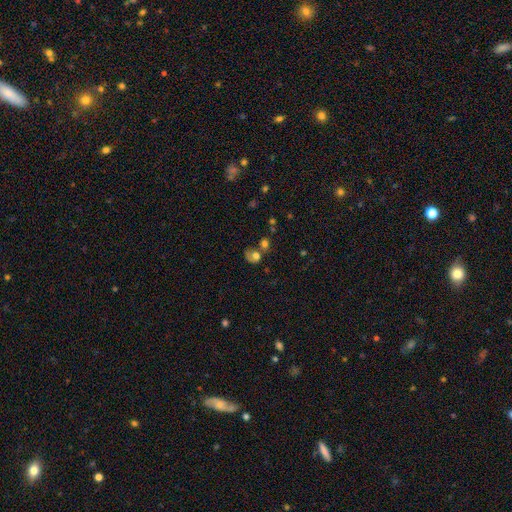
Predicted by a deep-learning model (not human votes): A smooth galaxy with no disk features (60%) that is round (55%).

Vote fractions:
- Smooth or featured? smooth: 60% / featured or disk: 27% / star or artifact: 13%
- How rounded? round: 55% / in between: 43% / cigar-shaped: 1%
- Merging? merger: 42% / none: 25% / major disturbance: 18% / minor disturbance: 15%